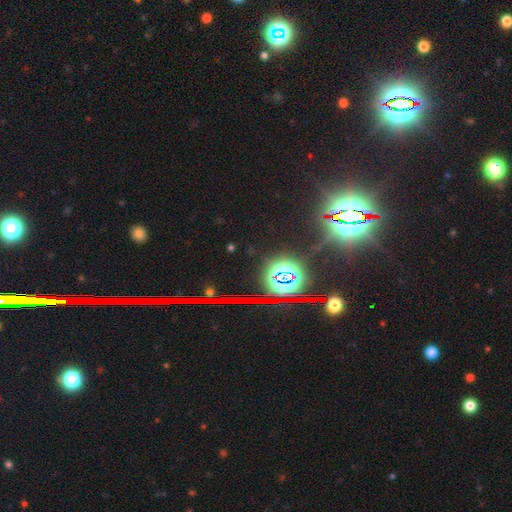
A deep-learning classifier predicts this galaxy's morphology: The model was most divided on "smooth or featured": star or artifact: 84%, smooth: 8%, featured or disk: 7%.